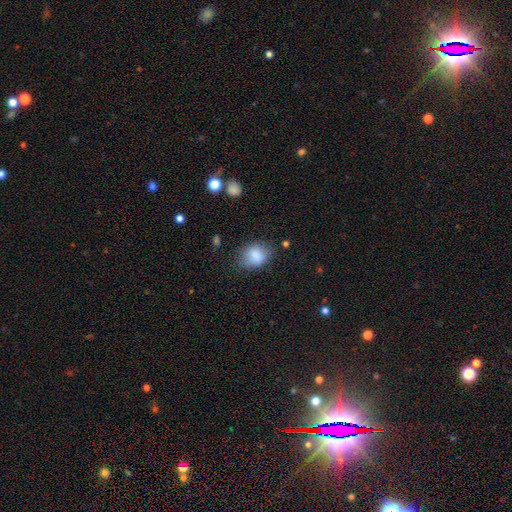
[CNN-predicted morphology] Overall: smooth (83%). How rounded: in between (62%; round 37%). Merging: none (65%; minor disturbance 25%).